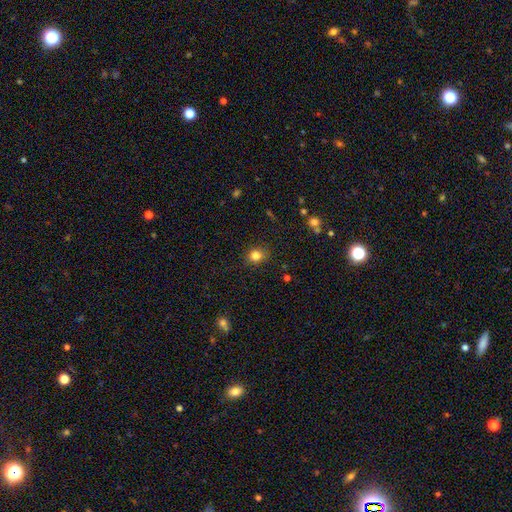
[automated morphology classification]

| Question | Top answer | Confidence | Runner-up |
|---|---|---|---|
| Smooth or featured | smooth | 83% | star or artifact (12%) |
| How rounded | round | 73% | in between (26%) |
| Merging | none | 86% | minor disturbance (10%) |